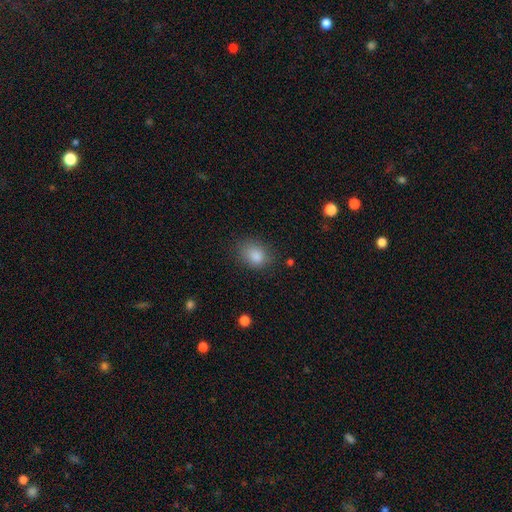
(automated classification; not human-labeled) This appears to be a smooth galaxy with no disk features (83%) that is in between round and cigar-shaped (55%). Merging: none (76%).